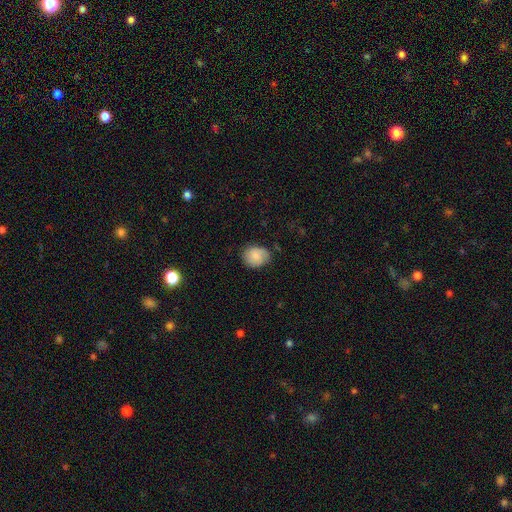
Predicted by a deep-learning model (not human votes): smooth 75%, featured or disk 17%, star or artifact 8%. Down the decision tree: how rounded — round (57%); merging — none (67%).